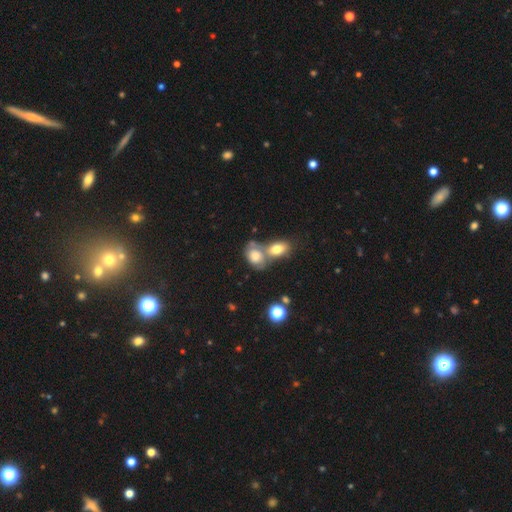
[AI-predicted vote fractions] A smooth galaxy with no disk features (67%) that is in between round and cigar-shaped (75%).

Vote fractions:
- Smooth or featured? smooth: 67% / featured or disk: 23% / star or artifact: 10%
- How rounded? in between: 75% / round: 23% / cigar-shaped: 2%
- Merging? merger: 53% / none: 29% / minor disturbance: 12% / major disturbance: 6%